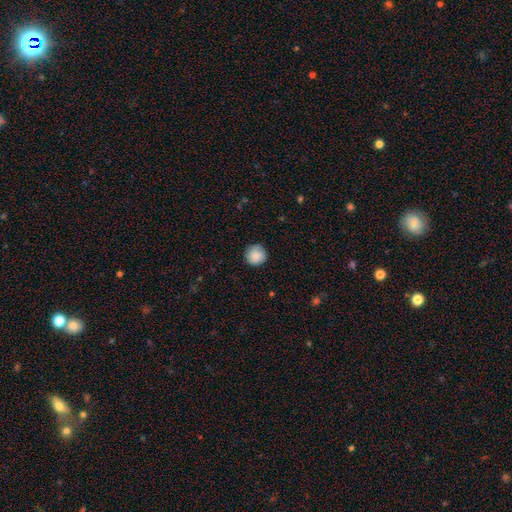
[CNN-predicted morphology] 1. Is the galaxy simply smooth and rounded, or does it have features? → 86% smooth, 8% star or artifact, 6% featured or disk.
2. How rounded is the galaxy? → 94% round, 5% in between, 1% cigar-shaped.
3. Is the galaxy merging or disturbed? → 85% none, 11% minor disturbance, 2% major disturbance, 1% merger.